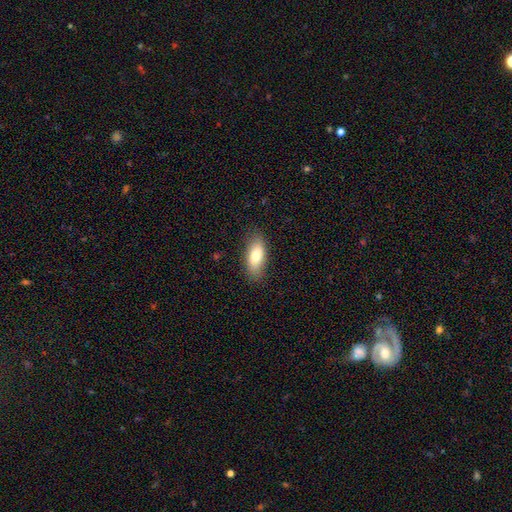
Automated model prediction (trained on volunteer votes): Smooth or featured?
  - smooth: 76% *
  - featured or disk: 17%
  - star or artifact: 7%
How rounded?
  - in between: 82% *
  - cigar-shaped: 16%
  - round: 3%
Merging?
  - none: 85% *
  - minor disturbance: 11%
  - major disturbance: 3%
  - merger: 1%